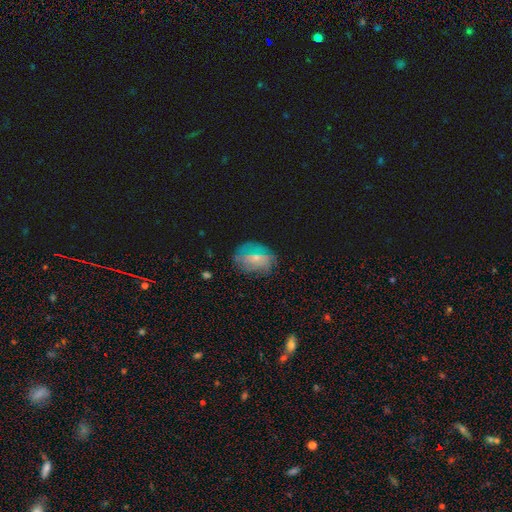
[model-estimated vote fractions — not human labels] Smooth or featured: featured or disk — 45% (smooth — 37%)
Merging: none — 72% (minor disturbance — 19%)